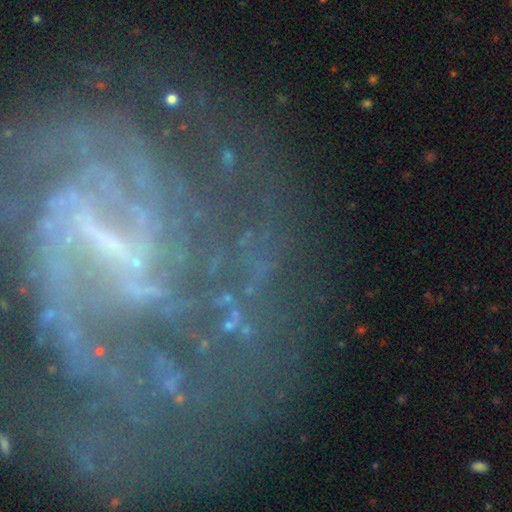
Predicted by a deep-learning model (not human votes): smooth-or-featured: featured or disk: 78% | star or artifact: 14% | smooth: 8%
  disk-edge-on: no: 96% | yes: 4%
    bar: strong: 46% | weak: 35% | no: 19%
    has-spiral-arms: yes: 85% | no: 15%
      spiral-winding: tight: 44% | medium: 37% | loose: 19%
      spiral-arm-count: can't tell: 34% | 2: 27% | 3: 12% | 4: 9% | more than 4: 9% | 1: 9%
    bulge-size: small: 47% | none: 32% | moderate: 16% | large: 3% | dominant: 2%
  merging: none: 60% | major disturbance: 18% | minor disturbance: 18% | merger: 4%